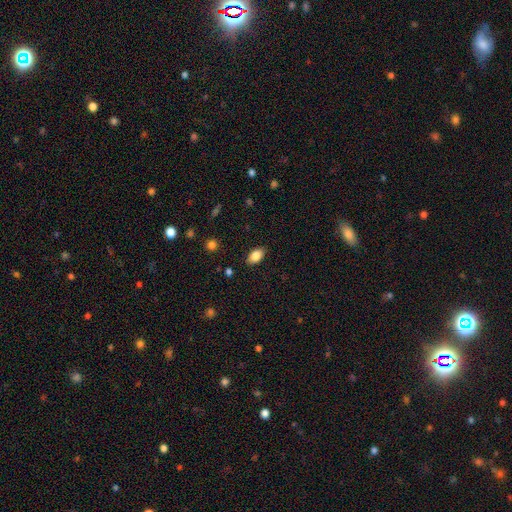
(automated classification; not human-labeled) Morphology: type=smooth (84%); roundness=in between (90%); merging=none (87%).